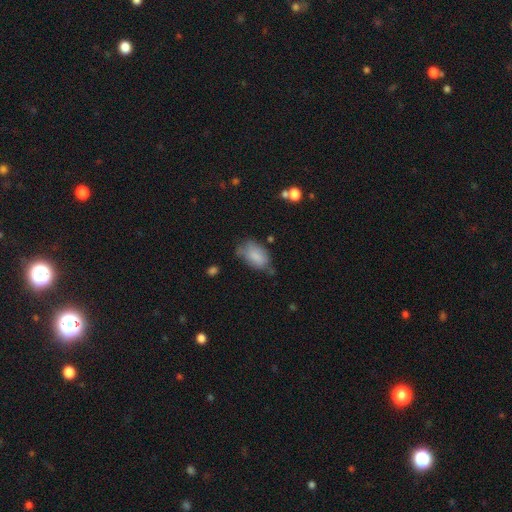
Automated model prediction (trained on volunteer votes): A smooth galaxy with no disk features (78%) that is in between round and cigar-shaped (91%). Merging: none (47%).